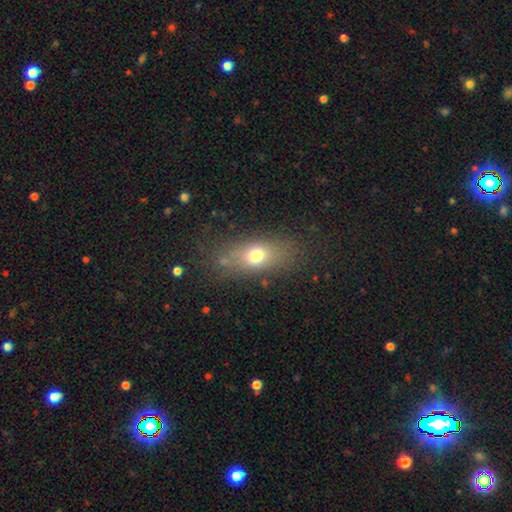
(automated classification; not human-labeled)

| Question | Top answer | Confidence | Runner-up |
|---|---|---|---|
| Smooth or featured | smooth | 69% | featured or disk (18%) |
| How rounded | in between | 70% | round (17%) |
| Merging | none | 75% | minor disturbance (15%) |